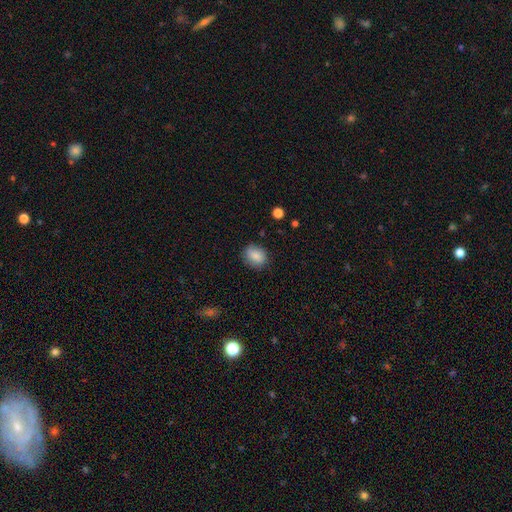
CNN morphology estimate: A smooth galaxy with no disk features (85%) that is in between round and cigar-shaped (53%). Merging: none (80%).